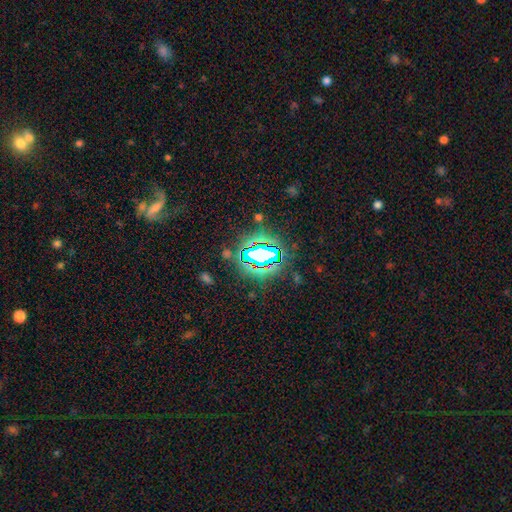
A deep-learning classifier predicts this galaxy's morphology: Overall: star or artifact (69%).